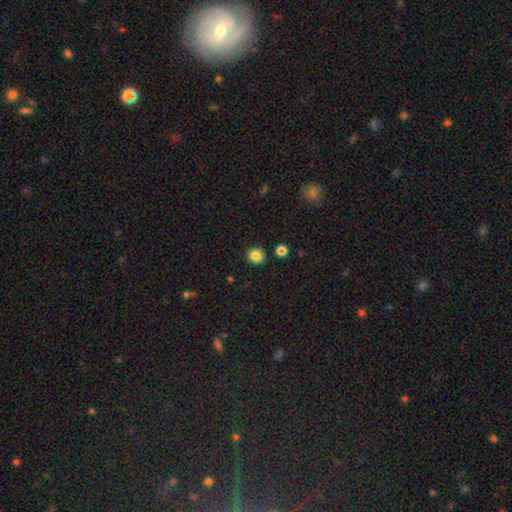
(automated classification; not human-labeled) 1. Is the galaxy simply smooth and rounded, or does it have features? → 84% smooth, 11% star or artifact, 5% featured or disk.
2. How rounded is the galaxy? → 87% round, 12% in between, 1% cigar-shaped.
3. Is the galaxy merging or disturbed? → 88% none, 7% minor disturbance, 3% merger, 2% major disturbance.